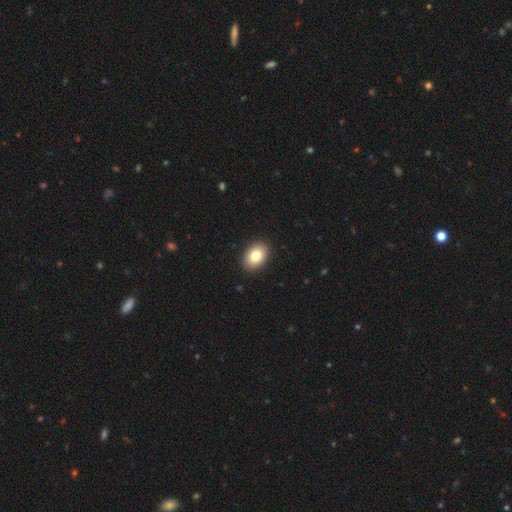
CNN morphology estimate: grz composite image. It shows a smooth galaxy with no disk features (83%) that is in between round and cigar-shaped (78%). Merging: none (91%).